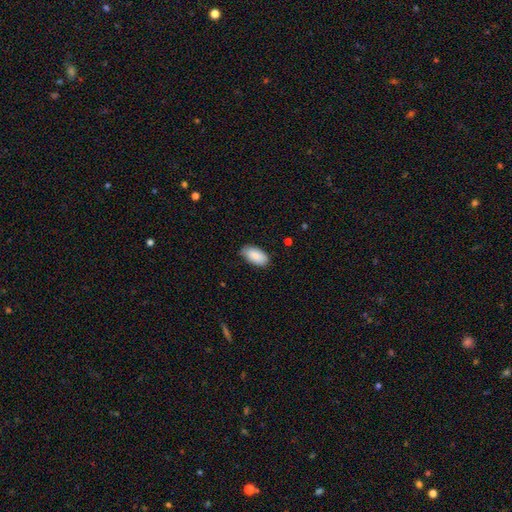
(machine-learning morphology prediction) The model was most divided on "merging": none: 77%, minor disturbance: 19%, major disturbance: 3%, merger: 1%. More confident: how rounded — in between (95%); smooth or featured — smooth (89%).